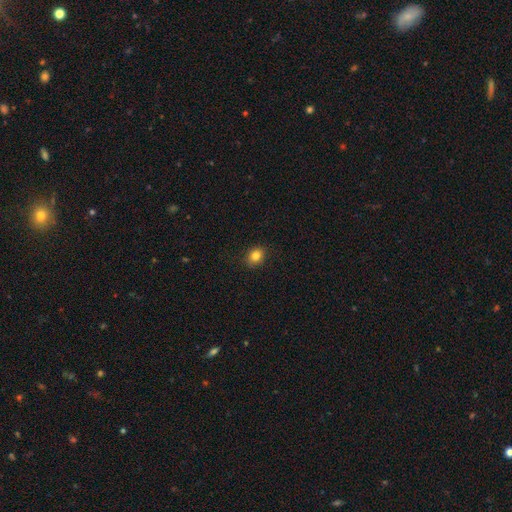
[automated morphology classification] smooth_or_featured: smooth (p=0.83) [alt: star or artifact p=0.11]
how_rounded: round (p=0.60) [alt: in between p=0.39]
merging: none (p=0.88) [alt: minor disturbance p=0.09]